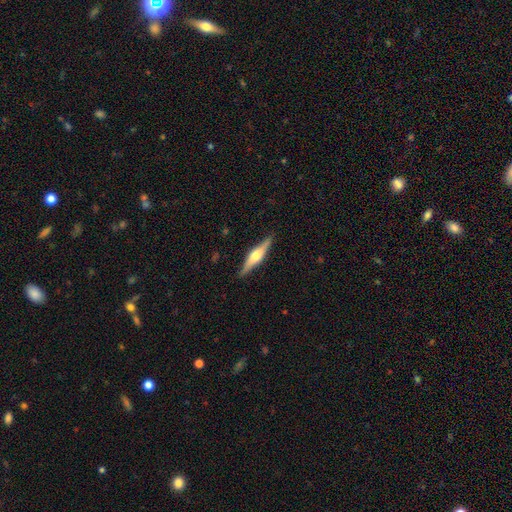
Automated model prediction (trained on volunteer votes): smooth-or-featured: featured or disk: 69% | smooth: 26% | star or artifact: 5%
  disk-edge-on: yes: 97% | no: 3%
    edge-on-bulge: rounded: 89% | boxy: 8% | none: 3%
  merging: none: 89% | minor disturbance: 8% | major disturbance: 2% | merger: 1%